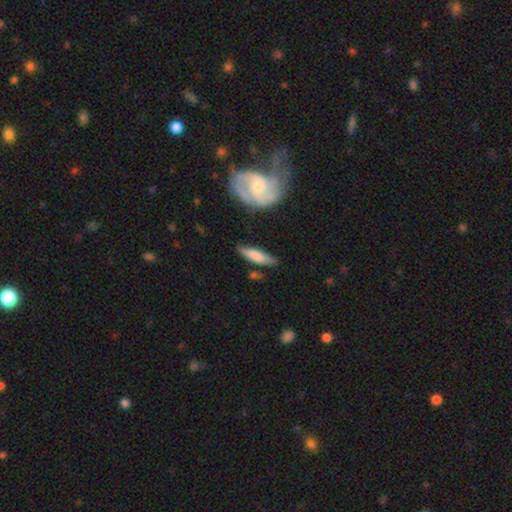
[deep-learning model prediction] smooth_or_featured: smooth (p=0.68) [alt: featured or disk p=0.26]
how_rounded: cigar-shaped (p=0.64) [alt: in between p=0.34]
merging: none (p=0.76) [alt: minor disturbance p=0.16]